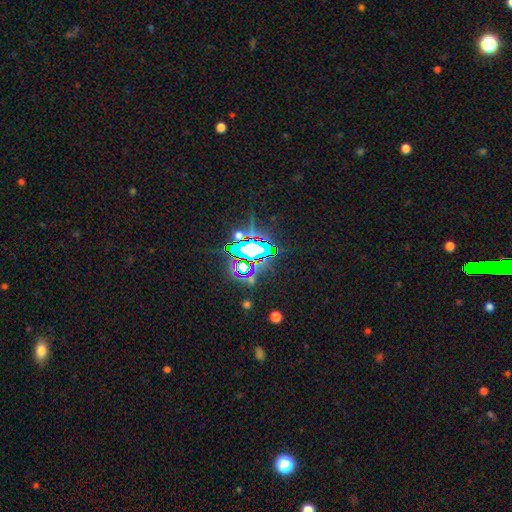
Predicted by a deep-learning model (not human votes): Smooth or featured? star or artifact (81%)